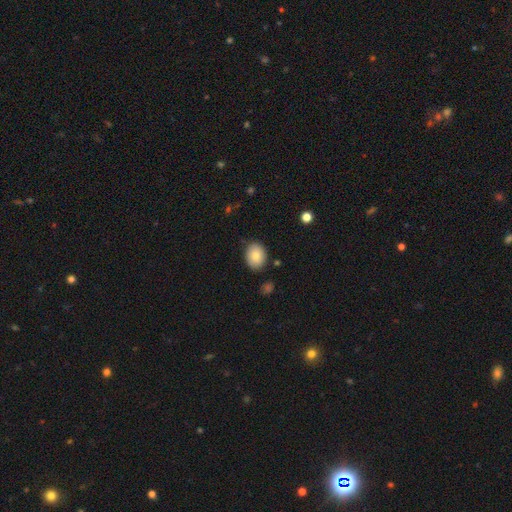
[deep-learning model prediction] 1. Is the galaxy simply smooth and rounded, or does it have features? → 81% smooth, 11% featured or disk, 8% star or artifact.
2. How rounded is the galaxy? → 61% in between, 38% round, 1% cigar-shaped.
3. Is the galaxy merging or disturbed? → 83% none, 12% minor disturbance, 3% major disturbance, 2% merger.